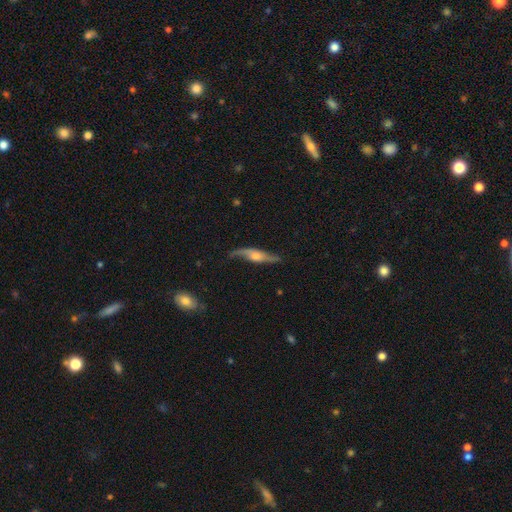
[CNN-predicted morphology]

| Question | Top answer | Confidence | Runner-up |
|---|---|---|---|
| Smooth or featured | featured or disk | 76% | smooth (18%) |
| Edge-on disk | no | 51% | yes (49%) |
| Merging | none | 70% | minor disturbance (20%) |